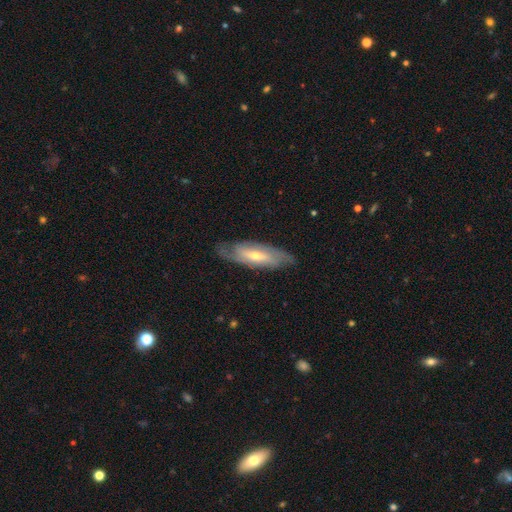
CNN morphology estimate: Overall: featured or disk (69%). Edge-on disk: no (75%). Bar: weak (40%; no 34%). Spiral arms: yes (82%). Bulge size: small (49%; moderate 46%). Merging: none (78%).